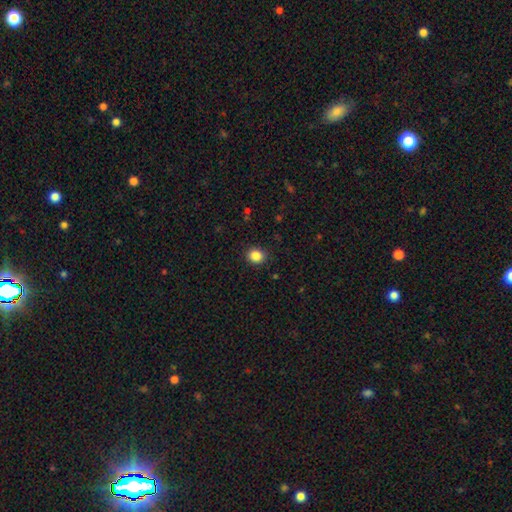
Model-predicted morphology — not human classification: This appears to be a smooth galaxy with no disk features (86%) that is round (78%). Merging: none (90%).